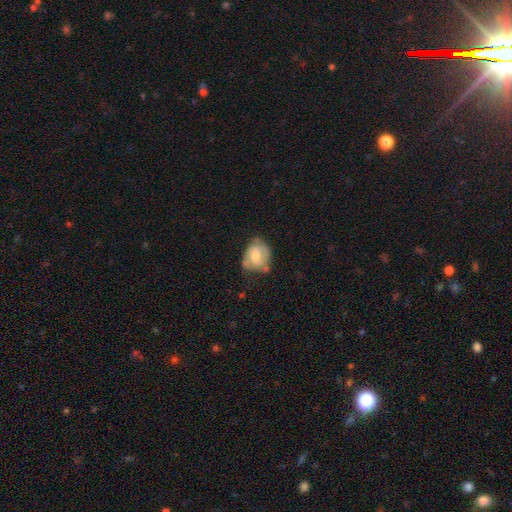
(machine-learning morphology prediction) The model was most divided on "smooth or featured": featured or disk: 51%, smooth: 42%, star or artifact: 7%. Remaining: edge-on disk — no (97%); merging — none (48%).